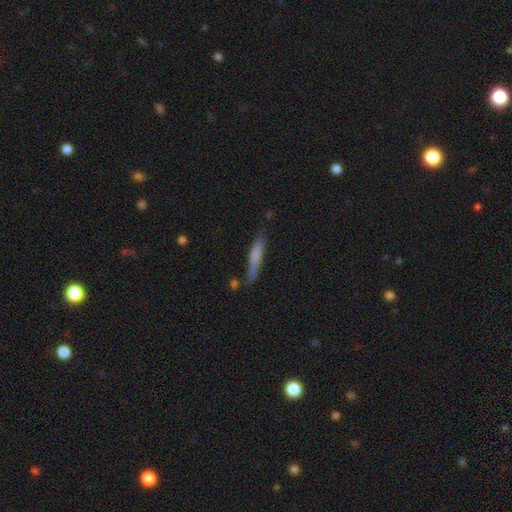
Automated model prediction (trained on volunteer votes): The model was most divided on "smooth or featured": smooth: 69%, featured or disk: 25%, star or artifact: 6%. More confident: how rounded — cigar-shaped (90%); merging — none (68%).